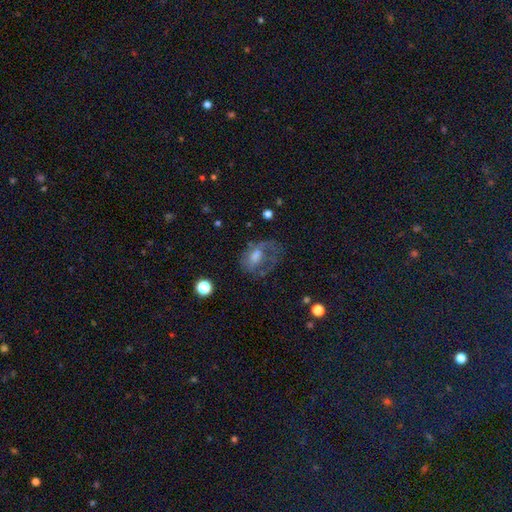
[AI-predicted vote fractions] The model was most divided on "merging": none: 39%, major disturbance: 36%, minor disturbance: 22%, merger: 3%. More confident: edge-on disk — no (95%); smooth or featured — featured or disk (51%).